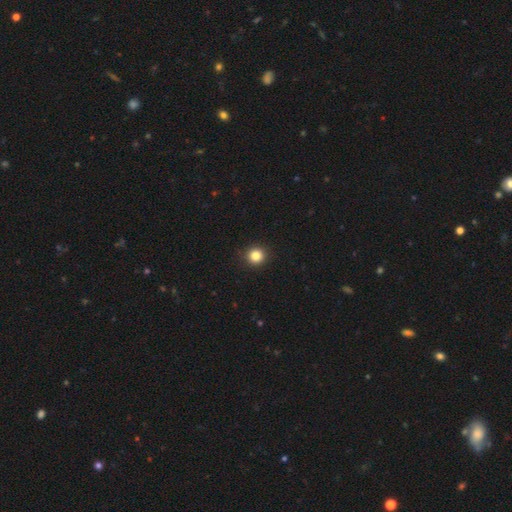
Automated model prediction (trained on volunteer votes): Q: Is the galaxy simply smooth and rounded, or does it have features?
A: smooth — 84%.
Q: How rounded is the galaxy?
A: round — 93%.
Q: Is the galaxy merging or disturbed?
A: none — 92%.